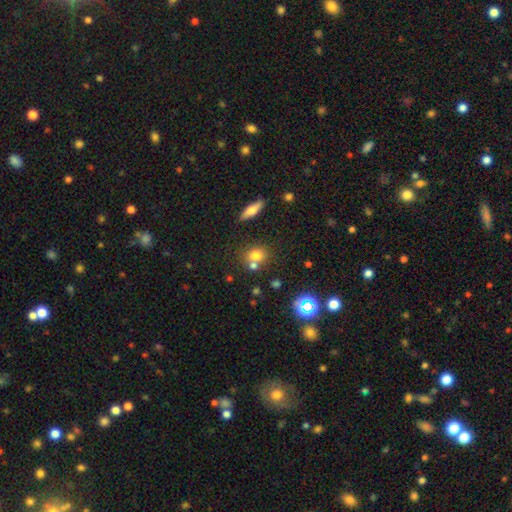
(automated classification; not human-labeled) A smooth galaxy with no disk features (70%) that is round (57%). Merging: none (53%).